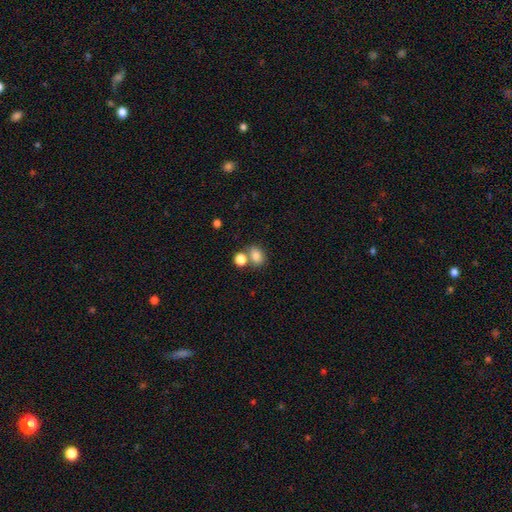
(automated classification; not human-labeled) This appears to be a smooth galaxy with no disk features (81%) that is in between round and cigar-shaped (60%). Merging: none (54%).